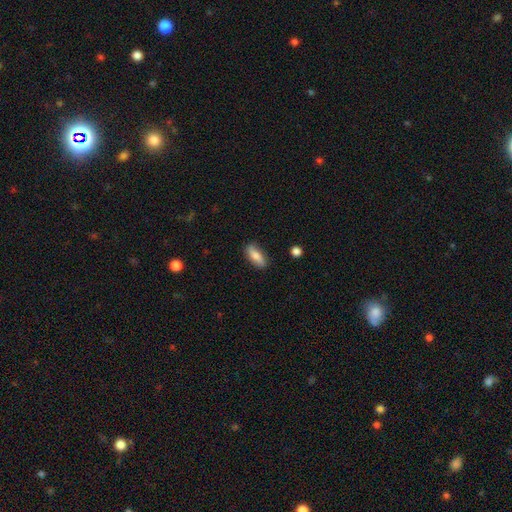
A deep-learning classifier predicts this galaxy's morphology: The model was most divided on "how rounded": in between: 70%, cigar-shaped: 27%, round: 3%. More confident: merging — none (83%); smooth or featured — smooth (72%).